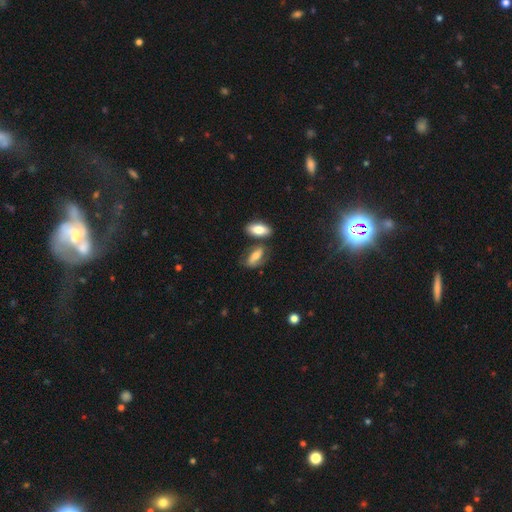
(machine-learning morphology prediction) Smooth or featured: smooth — 65% (featured or disk — 27%)
How rounded: in between — 79% (cigar-shaped — 16%)
Merging: none — 56% (minor disturbance — 19%)